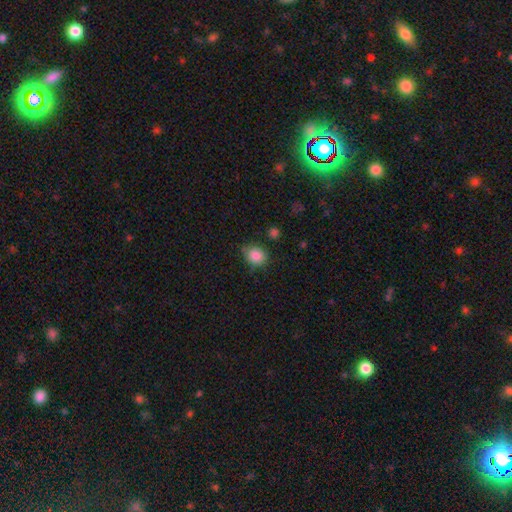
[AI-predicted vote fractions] Q: Smooth or featured?
A: smooth (86%); runner-up: star or artifact (9%)
Q: How rounded?
A: round (70%); runner-up: in between (29%)
Q: Merging?
A: none (76%); runner-up: minor disturbance (17%)